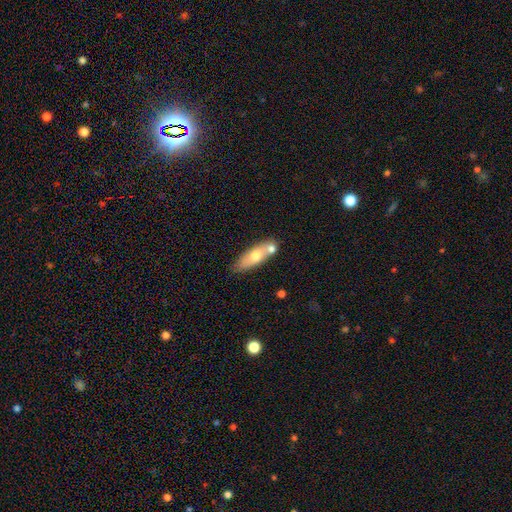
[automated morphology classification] smooth-or-featured: smooth: 59% | featured or disk: 34% | star or artifact: 6%
  how-rounded: in between: 60% | cigar-shaped: 37% | round: 3%
  merging: none: 58% | merger: 23% | minor disturbance: 15% | major disturbance: 4%